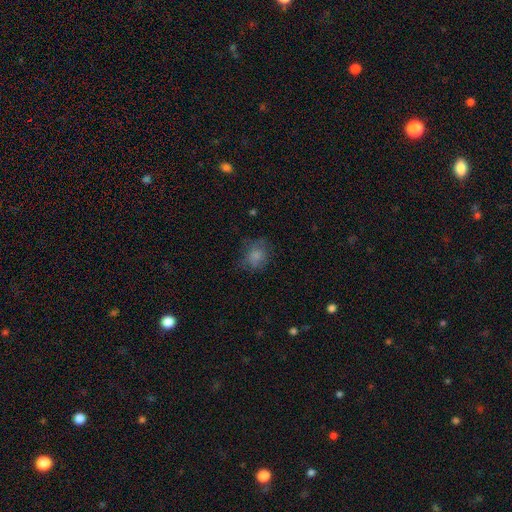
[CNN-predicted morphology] The model was most divided on "how rounded": round: 64%, in between: 35%, cigar-shaped: 1%. More confident: smooth or featured — smooth (78%); merging — none (61%).